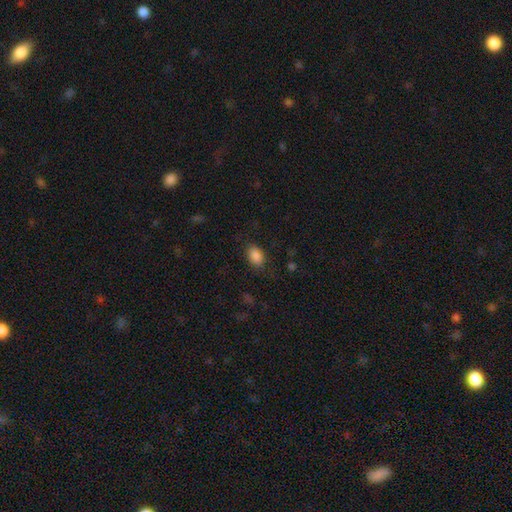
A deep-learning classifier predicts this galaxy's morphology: type=smooth (87%); roundness=in between (86%); merging=none (81%).